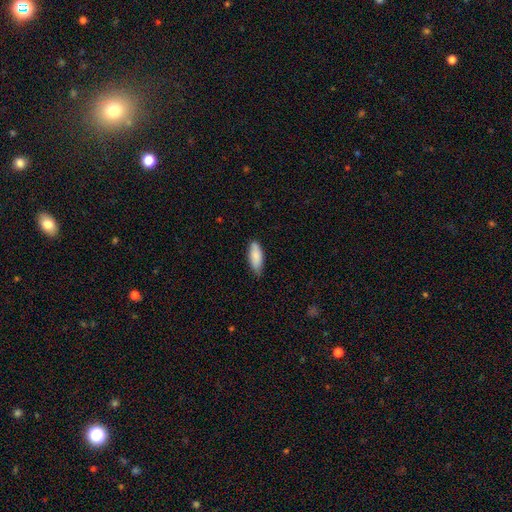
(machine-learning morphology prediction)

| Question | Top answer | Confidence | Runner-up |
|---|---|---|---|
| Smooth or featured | smooth | 85% | featured or disk (9%) |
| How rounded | in between | 72% | cigar-shaped (26%) |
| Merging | none | 77% | minor disturbance (20%) |